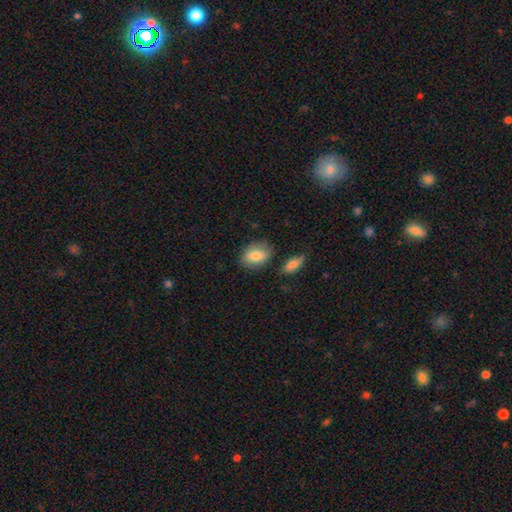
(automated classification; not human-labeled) The model was most divided on "how rounded": in between: 79%, round: 19%, cigar-shaped: 2%. More confident: smooth or featured — smooth (81%); merging — none (77%).